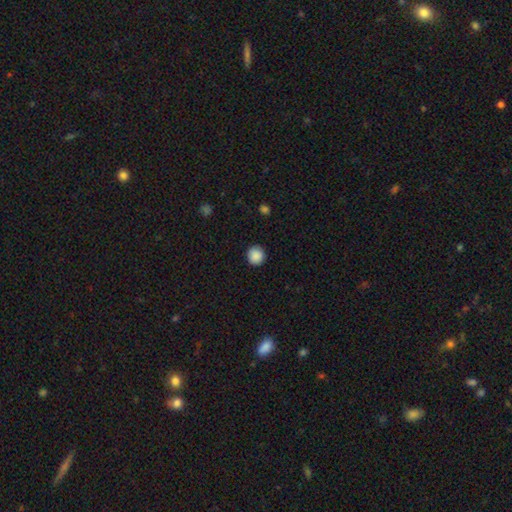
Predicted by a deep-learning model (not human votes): smooth 89%, star or artifact 9%, featured or disk 3%. Down the decision tree: how rounded — round (93%); merging — none (90%).